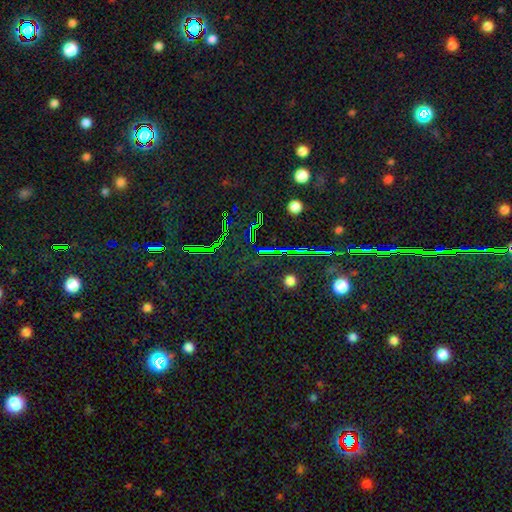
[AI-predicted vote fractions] A star or artifact, not a galaxy (80%).

Vote fractions:
- Smooth or featured? star or artifact: 80% / smooth: 11% / featured or disk: 9%